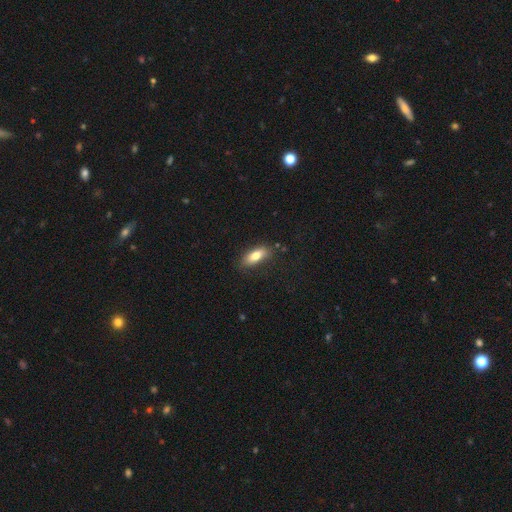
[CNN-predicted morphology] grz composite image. It shows a smooth galaxy with no disk features (78%) that is in between round and cigar-shaped (78%). Merging: none (78%).